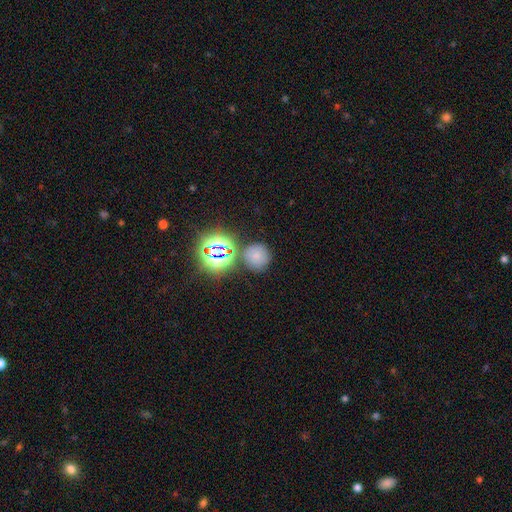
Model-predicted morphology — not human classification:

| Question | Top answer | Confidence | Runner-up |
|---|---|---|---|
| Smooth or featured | smooth | 62% | star or artifact (28%) |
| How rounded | round | 90% | in between (9%) |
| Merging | none | 77% | minor disturbance (11%) |